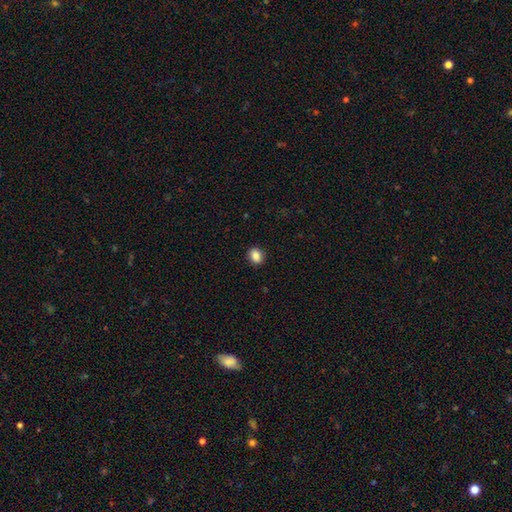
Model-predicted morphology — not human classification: smooth-or-featured: smooth: 86% | star or artifact: 9% | featured or disk: 4%
  how-rounded: round: 50% | in between: 49% | cigar-shaped: 1%
  merging: none: 90% | minor disturbance: 7% | major disturbance: 2% | merger: 1%